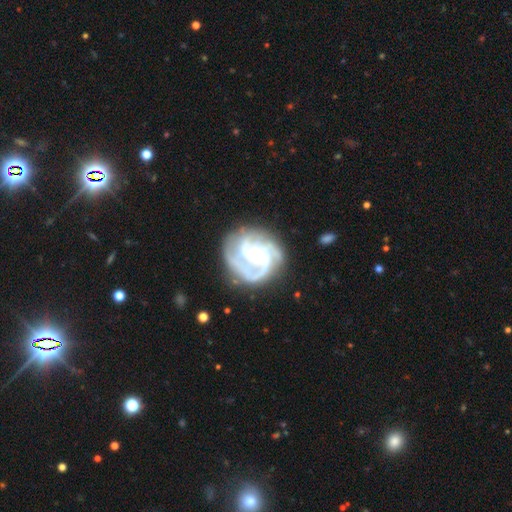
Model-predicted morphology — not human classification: Smooth or featured? Predicted: featured or disk (p=0.90). Edge-on disk? Predicted: no (p=0.98). Bar? Predicted: no (p=0.53). Spiral arms? Predicted: yes (p=0.98). Spiral winding? Predicted: tight (p=0.50). Spiral arm count? Predicted: 3 (p=0.48). Bulge size? Predicted: small (p=0.62). Merging? Predicted: none (p=0.71).